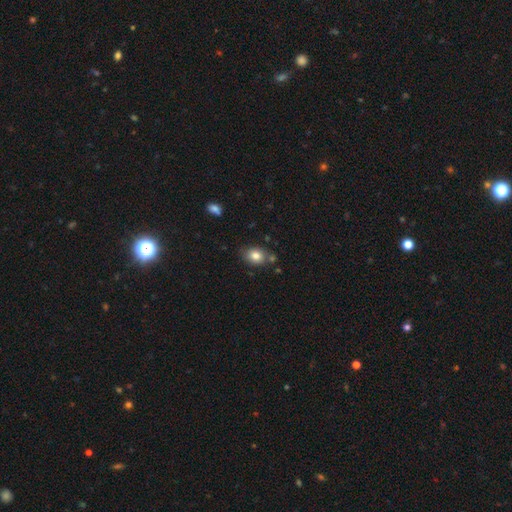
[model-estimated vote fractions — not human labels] This is clearly a smooth galaxy (82%). How rounded: likely in between (61%). Merging: likely none (71%).